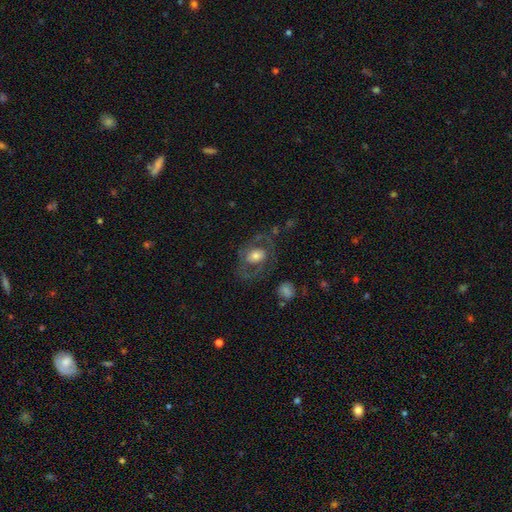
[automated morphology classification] A featured or disk galaxy (51%).

Vote fractions:
- Smooth or featured? featured or disk: 51% / smooth: 41% / star or artifact: 7%
- Edge-on disk? no: 95% / yes: 5%
- Merging? none: 63% / major disturbance: 19% / minor disturbance: 16% / merger: 2%